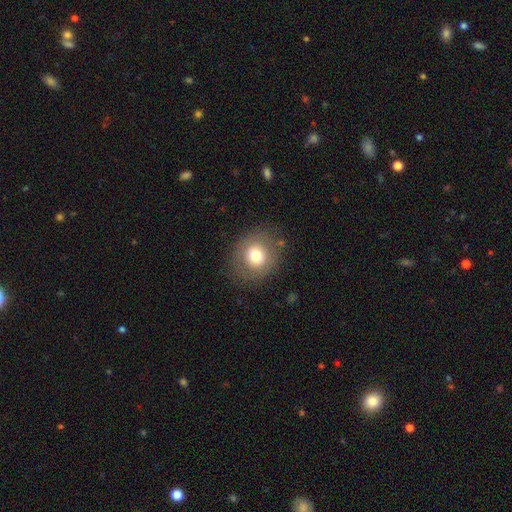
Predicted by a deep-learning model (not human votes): Overall: smooth (71%). How rounded: round (81%). Merging: none (82%).